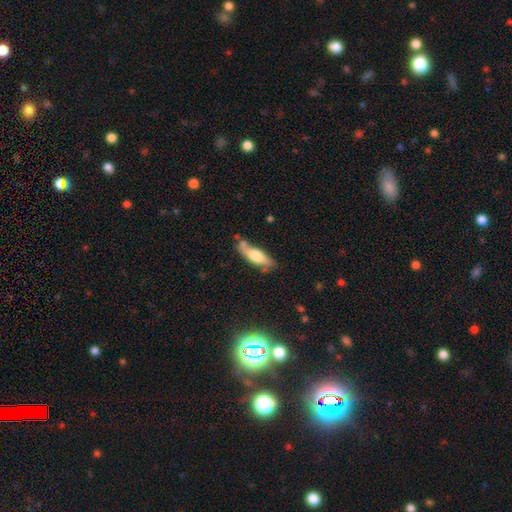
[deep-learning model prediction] smooth 56%, featured or disk 37%, star or artifact 6%. Down the decision tree: how rounded — cigar-shaped (54%); merging — none (65%).